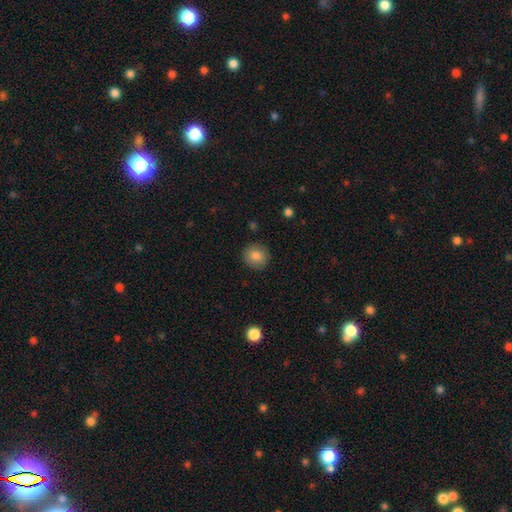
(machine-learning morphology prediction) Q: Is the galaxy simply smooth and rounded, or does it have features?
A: smooth — 84%.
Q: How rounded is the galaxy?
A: round — 91%.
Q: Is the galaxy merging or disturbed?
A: none — 89%.